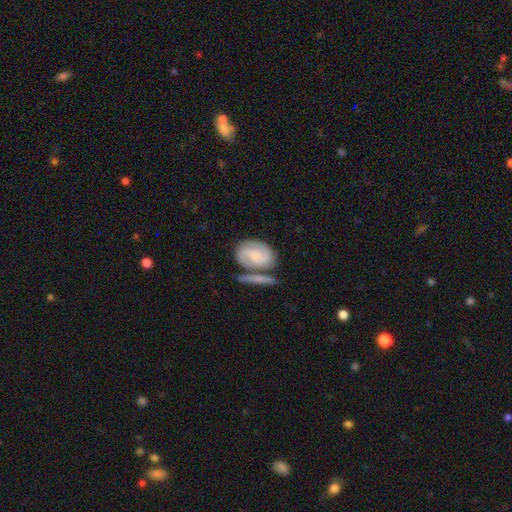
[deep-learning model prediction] A featured or disk galaxy (64%) with no bar (52%), 2 (75%) tight (48%) spiral arms (91%) and a small central bulge (35%). Merging: none (52%).